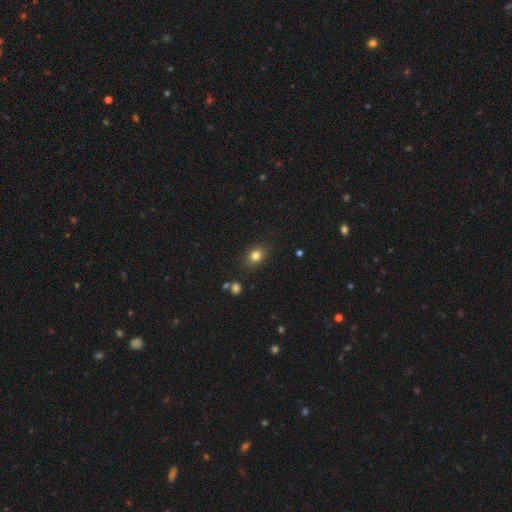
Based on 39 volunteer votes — smooth-or-featured: smooth: 79% | featured or disk: 10% | star or artifact: 10%
  how-rounded: in between: 55% | round: 45% | cigar-shaped: 0%
  merging: none: 80% | minor disturbance: 11% | merger: 6% | major disturbance: 3%